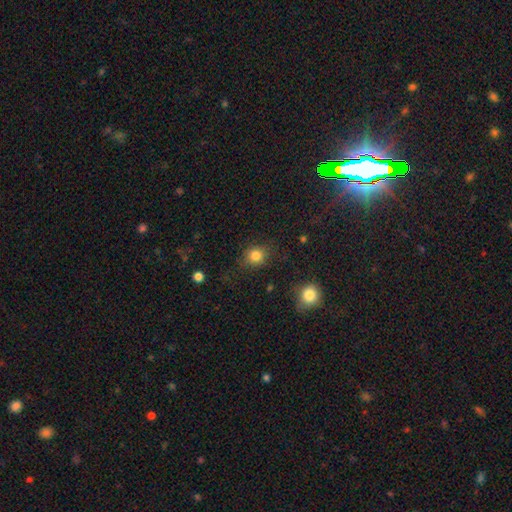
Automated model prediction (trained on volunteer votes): Smooth or featured: smooth — 83% (star or artifact — 11%)
How rounded: round — 78% (in between — 21%)
Merging: none — 79% (minor disturbance — 14%)